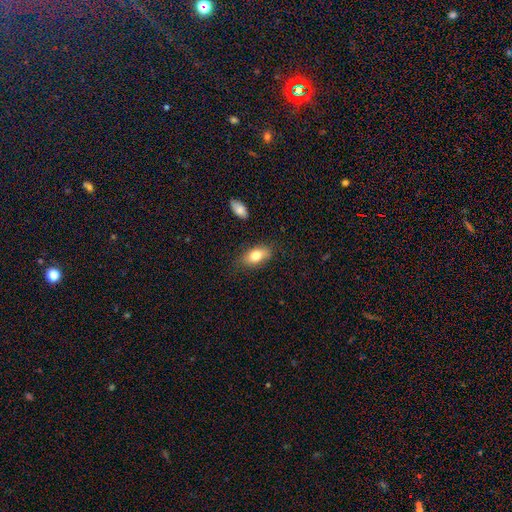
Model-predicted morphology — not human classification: This appears to be a smooth galaxy with no disk features (77%) that is in between round and cigar-shaped (88%). Merging: none (78%).